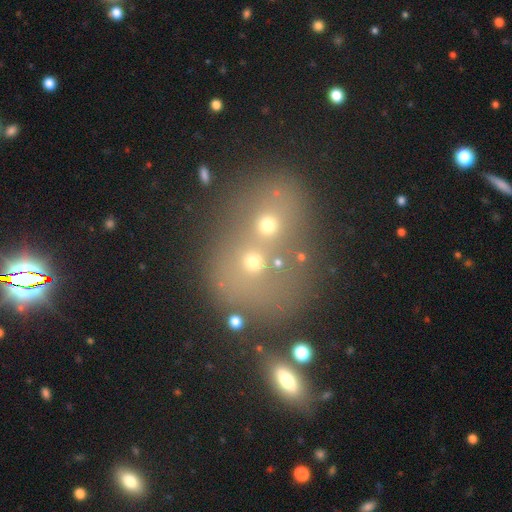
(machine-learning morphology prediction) smooth-or-featured: smooth: 43% | star or artifact: 35% | featured or disk: 22%
  merging: merger: 67% | none: 24% | minor disturbance: 5% | major disturbance: 4%